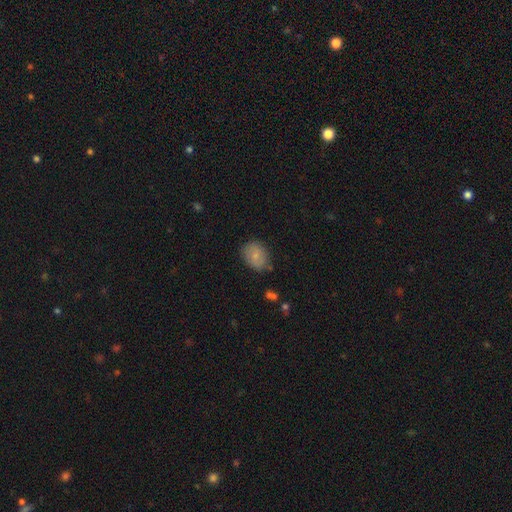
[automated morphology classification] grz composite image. It shows a smooth galaxy with no disk features (77%) that is in between round and cigar-shaped (61%). Merging: none (73%).